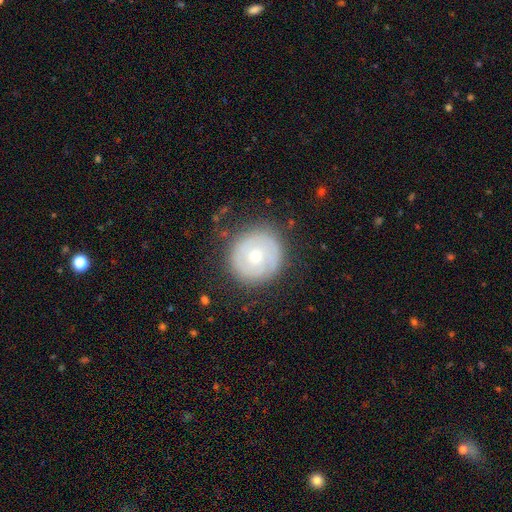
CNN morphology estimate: Smooth or featured? featured or disk (56%)
Edge-on disk? no (97%)
Bar? no (76%)
Spiral arms? yes (69%)
Bulge size? moderate (55%)
Merging? none (81%)